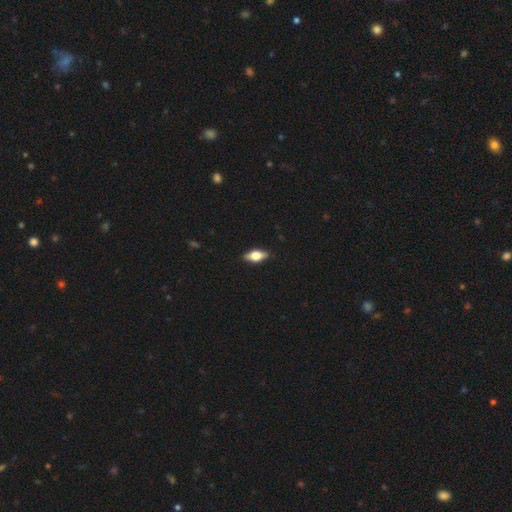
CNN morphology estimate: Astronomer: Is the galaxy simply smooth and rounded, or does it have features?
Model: smooth — 51% (runner-up: featured or disk, 41%).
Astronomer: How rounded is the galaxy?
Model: in between — 78%.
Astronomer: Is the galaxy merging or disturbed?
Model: none — 88%.